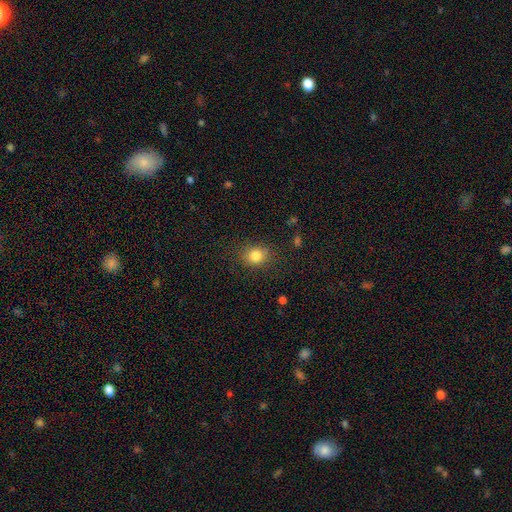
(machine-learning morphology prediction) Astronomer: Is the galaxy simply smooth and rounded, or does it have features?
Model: smooth — 82%.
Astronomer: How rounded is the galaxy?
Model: round — 67%.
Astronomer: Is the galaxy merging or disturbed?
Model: none — 83%.